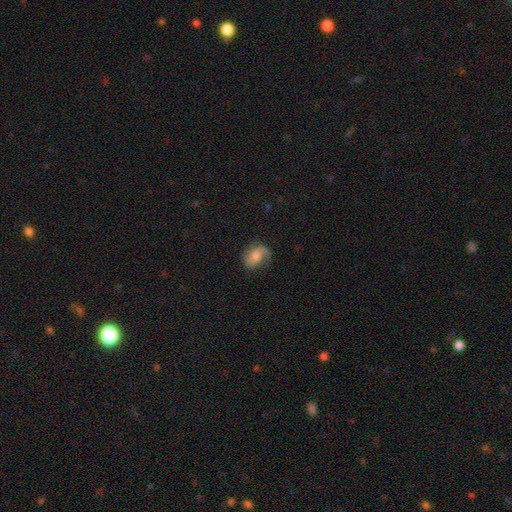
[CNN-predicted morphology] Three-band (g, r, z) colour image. It shows a featured or disk galaxy (58%) with no bar (59%), 2 (54%) loose (43%) spiral arms (91%) and a moderate central bulge (36%). Merging: none (58%).